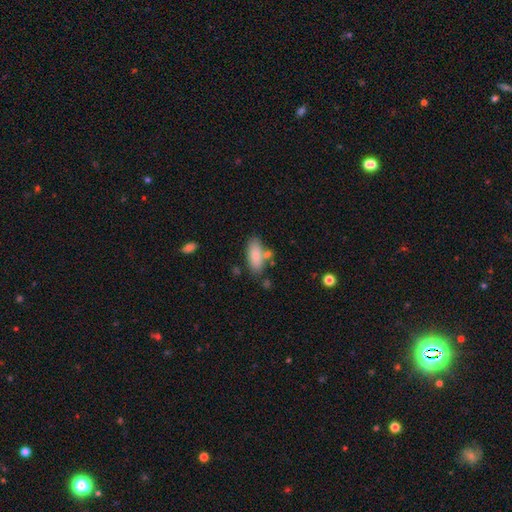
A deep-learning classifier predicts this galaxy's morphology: smooth_or_featured: smooth (p=0.79) [alt: featured or disk p=0.14]
how_rounded: in between (p=0.82) [alt: cigar-shaped p=0.16]
merging: none (p=0.68) [alt: minor disturbance p=0.15]